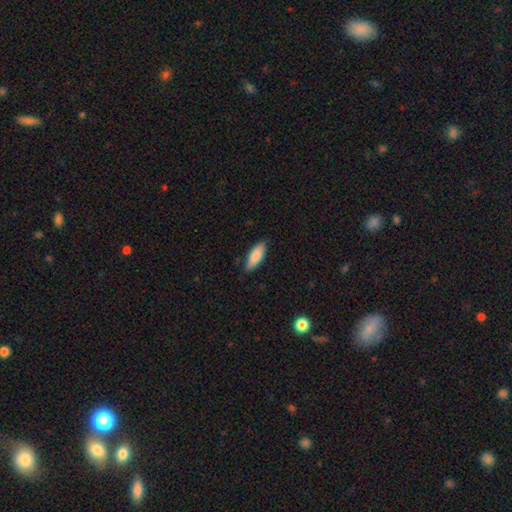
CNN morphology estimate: smooth 85%, featured or disk 9%, star or artifact 6%. Down the decision tree: how rounded — in between (72%); merging — none (83%).